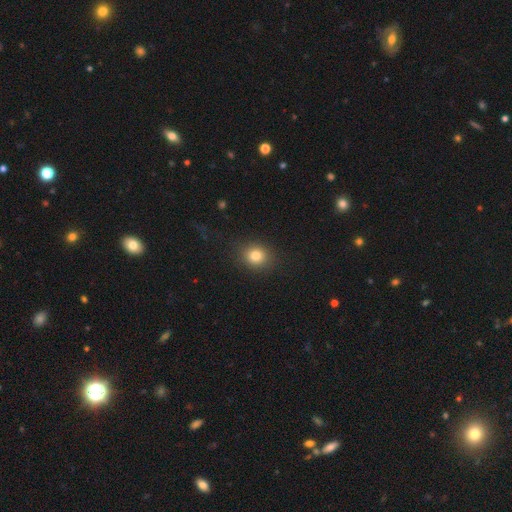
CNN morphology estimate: This is clearly a smooth galaxy (80%). How rounded: likely round (73%). Merging: clearly none (87%).